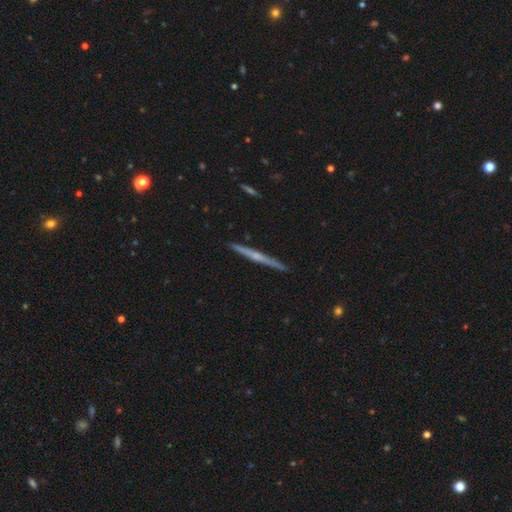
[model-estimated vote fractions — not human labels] This appears to be a featured or disk galaxy (74%) viewed edge-on (98%) with a rounded central bulge (64%). Merging: none (92%).